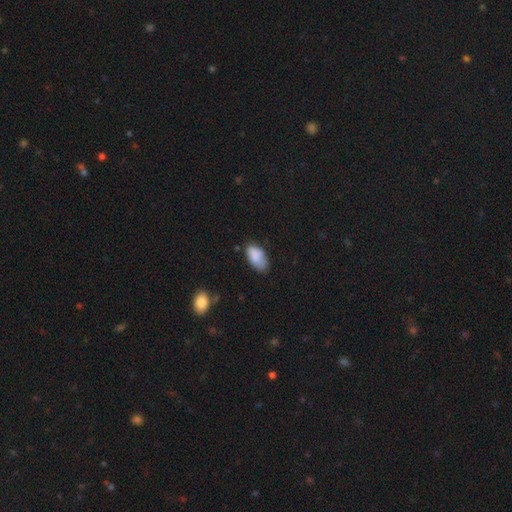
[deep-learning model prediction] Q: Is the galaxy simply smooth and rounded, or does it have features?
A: smooth — 84%.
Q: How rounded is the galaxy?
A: in between — 93%.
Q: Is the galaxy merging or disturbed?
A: none — 61%.